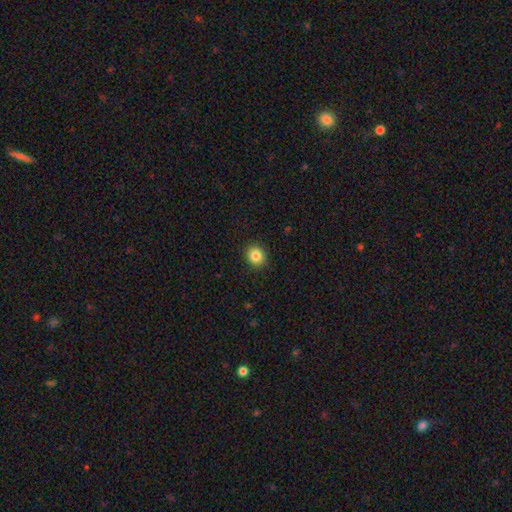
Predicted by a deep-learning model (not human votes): smooth_or_featured: smooth (p=0.85) [alt: star or artifact p=0.10]
how_rounded: round (p=0.85) [alt: in between p=0.15]
merging: none (p=0.91) [alt: minor disturbance p=0.06]